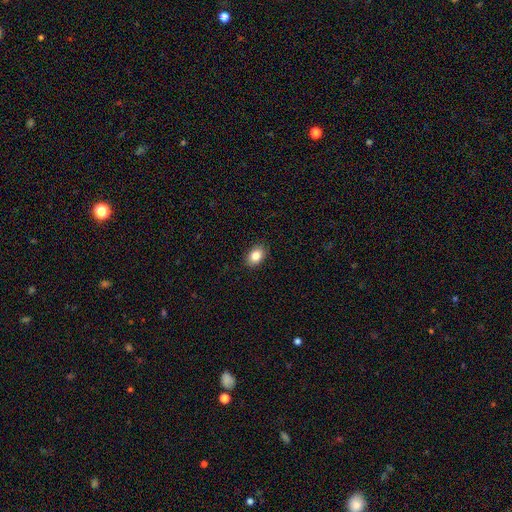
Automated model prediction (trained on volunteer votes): Smooth or featured? Predicted: smooth (p=0.84). How rounded? Predicted: in between (p=0.77). Merging? Predicted: none (p=0.89).